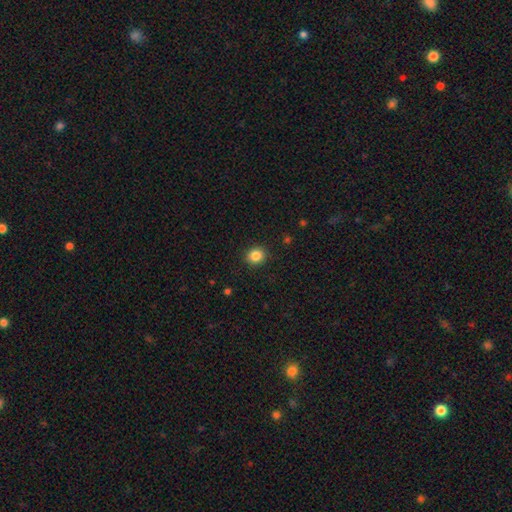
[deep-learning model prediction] This is clearly a smooth galaxy (85%). How rounded: likely round (79%). Merging: clearly none (91%).